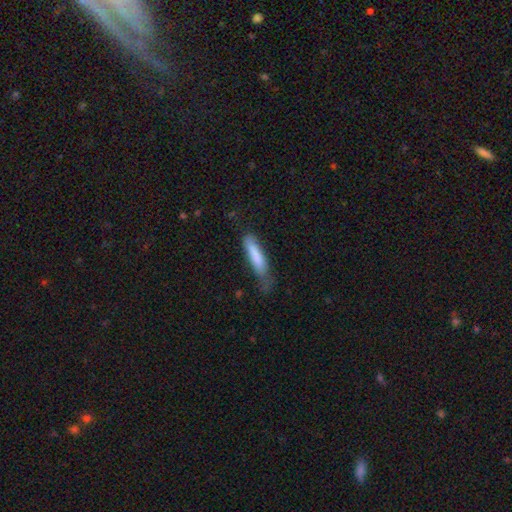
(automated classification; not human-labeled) smooth 81%, featured or disk 14%, star or artifact 6%. Down the decision tree: how rounded — cigar-shaped (80%); merging — none (50%).